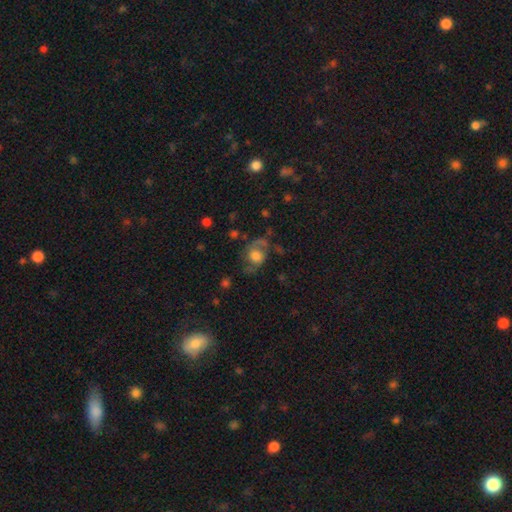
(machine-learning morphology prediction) Overall: featured or disk (47%; smooth 43%). Merging: none (48%; major disturbance 25%).